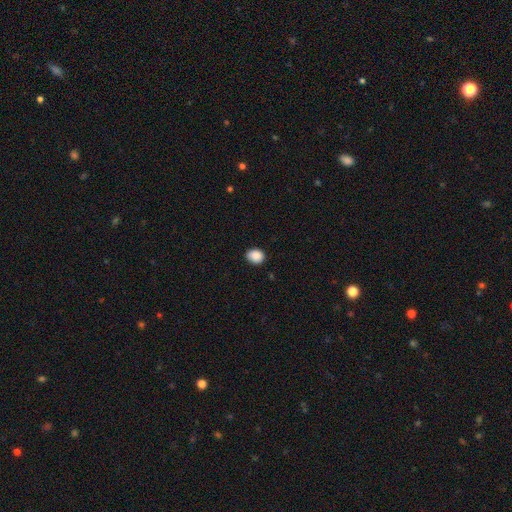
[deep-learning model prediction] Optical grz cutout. It shows a smooth galaxy with no disk features (89%) that is round (51%). Merging: none (86%).